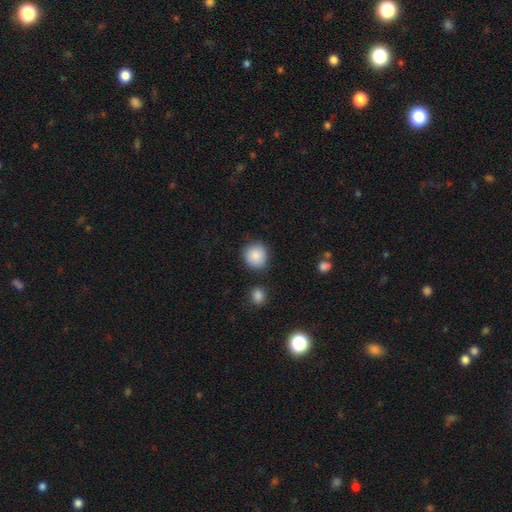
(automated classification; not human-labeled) A smooth galaxy with no disk features (88%) that is round (89%).

Vote fractions:
- Smooth or featured? smooth: 88% / star or artifact: 8% / featured or disk: 4%
- How rounded? round: 89% / in between: 10% / cigar-shaped: 1%
- Merging? none: 82% / minor disturbance: 11% / merger: 4% / major disturbance: 3%